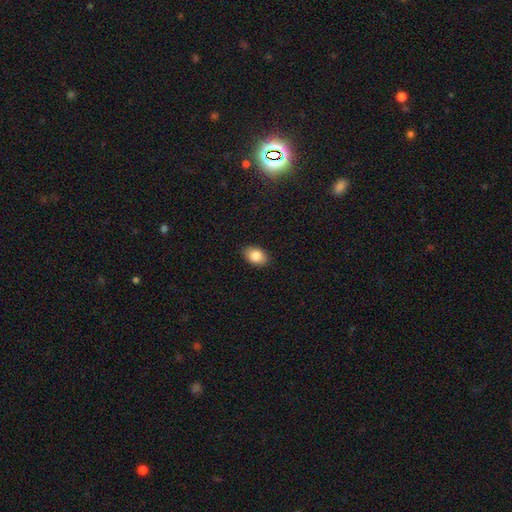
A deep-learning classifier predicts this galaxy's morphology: Smooth or featured? smooth (86%)
How rounded? in between (85%)
Merging? none (88%)